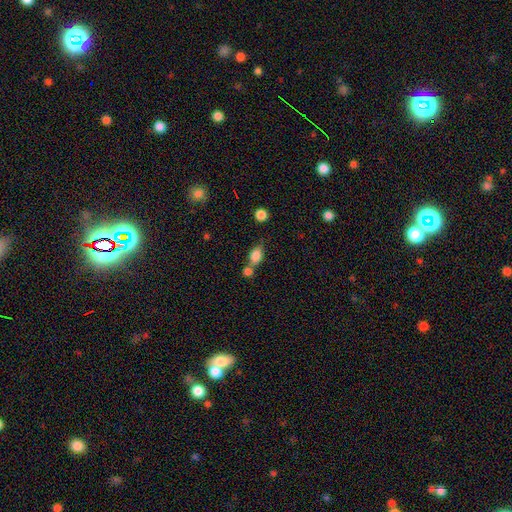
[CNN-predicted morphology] Overall: smooth (81%). How rounded: in between (71%). Merging: merger (42%; none 39%).